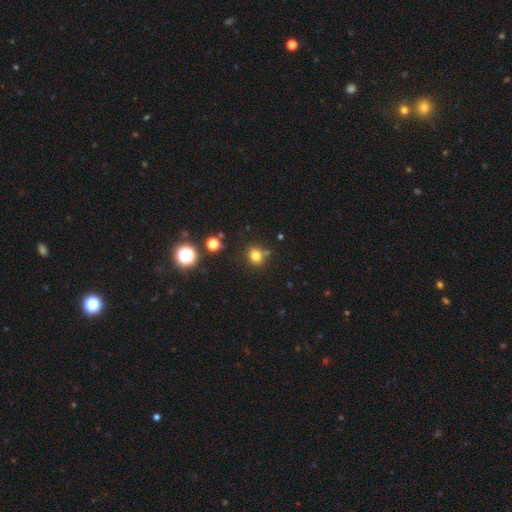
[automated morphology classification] smooth 77%, star or artifact 16%, featured or disk 6%. Down the decision tree: how rounded — round (80%); merging — none (76%).